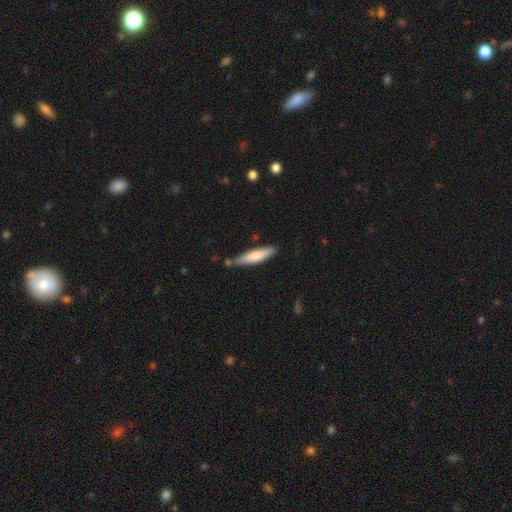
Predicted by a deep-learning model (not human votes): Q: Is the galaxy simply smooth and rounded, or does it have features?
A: smooth — 75%.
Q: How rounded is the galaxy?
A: cigar-shaped — 79%.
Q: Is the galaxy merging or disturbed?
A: none — 74%.